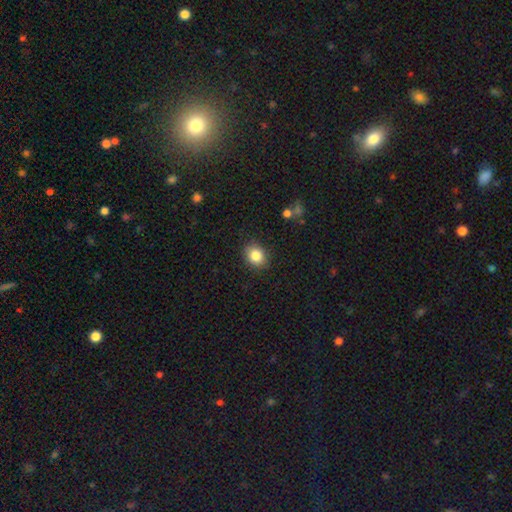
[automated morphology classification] Smooth or featured?
  - smooth: 84% *
  - star or artifact: 10%
  - featured or disk: 7%
How rounded?
  - round: 59% *
  - in between: 40%
  - cigar-shaped: 1%
Merging?
  - none: 87% *
  - minor disturbance: 10%
  - major disturbance: 2%
  - merger: 1%